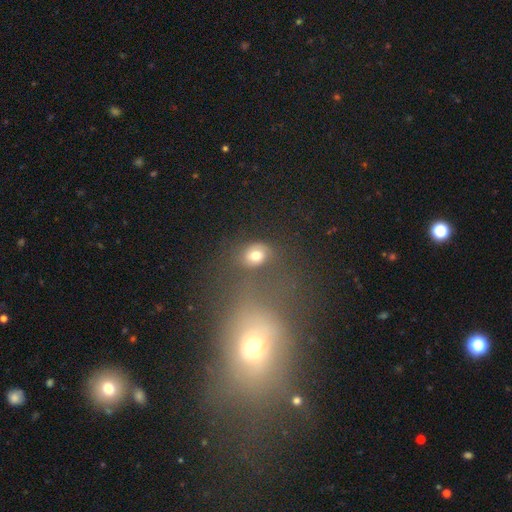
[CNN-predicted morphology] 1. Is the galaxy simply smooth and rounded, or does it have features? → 71% smooth, 15% featured or disk, 14% star or artifact.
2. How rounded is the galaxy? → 50% round, 49% in between, 1% cigar-shaped.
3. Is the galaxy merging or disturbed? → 69% none, 16% minor disturbance, 9% major disturbance, 7% merger.